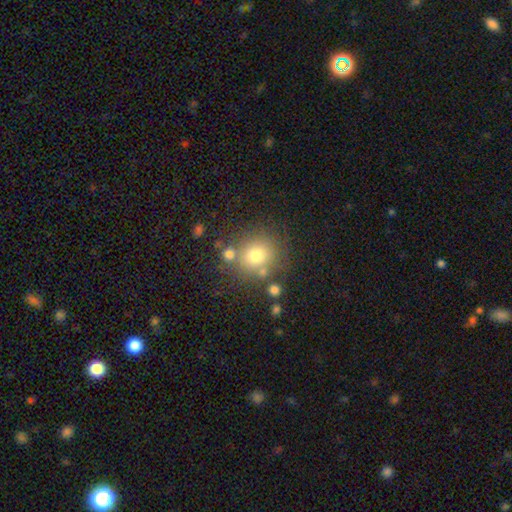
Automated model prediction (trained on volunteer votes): This is likely a smooth galaxy (73%). How rounded: clearly round (82%). Merging: likely none (68%).